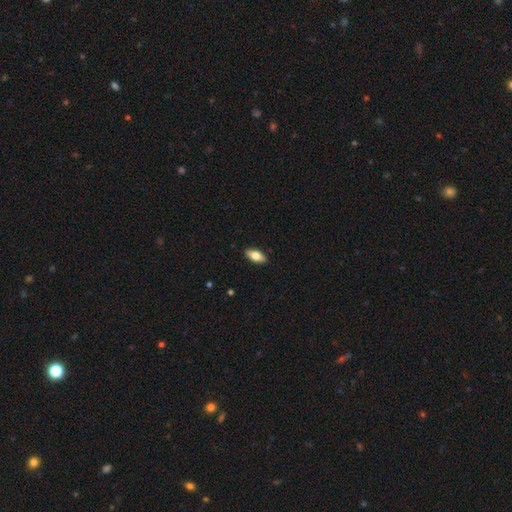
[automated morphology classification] Q: Smooth or featured?
A: smooth (73%); runner-up: featured or disk (21%)
Q: How rounded?
A: in between (85%); runner-up: cigar-shaped (12%)
Q: Merging?
A: none (90%); runner-up: minor disturbance (7%)